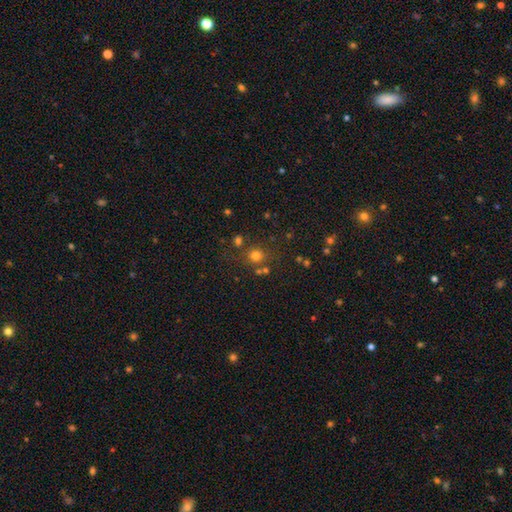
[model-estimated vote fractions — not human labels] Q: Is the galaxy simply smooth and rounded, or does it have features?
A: smooth — 73%.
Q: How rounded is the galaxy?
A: round — 88%.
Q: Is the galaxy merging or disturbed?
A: none — 73%.